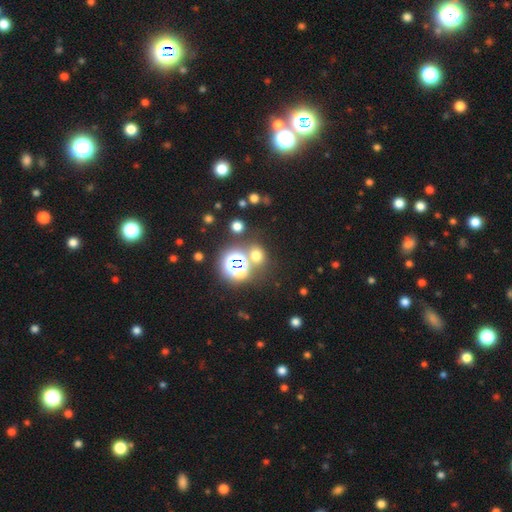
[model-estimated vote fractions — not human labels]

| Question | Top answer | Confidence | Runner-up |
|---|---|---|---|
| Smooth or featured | smooth | 54% | star or artifact (38%) |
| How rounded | round | 77% | in between (22%) |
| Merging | none | 71% | merger (15%) |